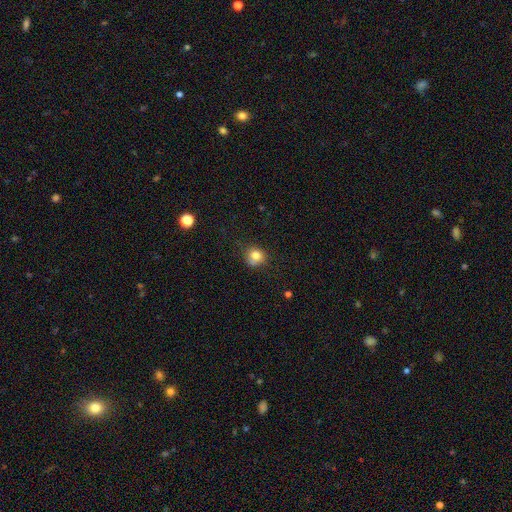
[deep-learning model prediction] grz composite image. It shows a smooth galaxy with no disk features (80%) that is round (84%). Merging: none (66%).